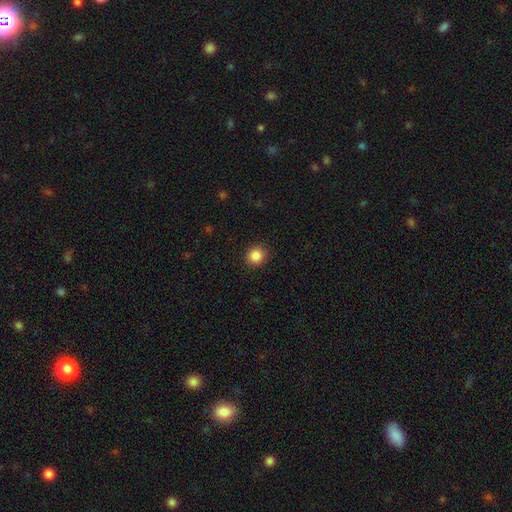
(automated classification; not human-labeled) A smooth galaxy with no disk features (87%) that is round (86%).

Vote fractions:
- Smooth or featured? smooth: 87% / star or artifact: 10% / featured or disk: 4%
- How rounded? round: 86% / in between: 13% / cigar-shaped: 1%
- Merging? none: 91% / minor disturbance: 6% / major disturbance: 2% / merger: 1%